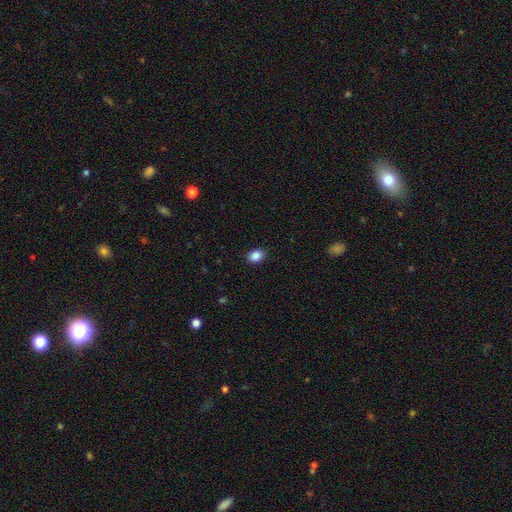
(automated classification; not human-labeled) smooth 87%, star or artifact 9%, featured or disk 4%. Down the decision tree: how rounded — in between (74%); merging — none (89%).